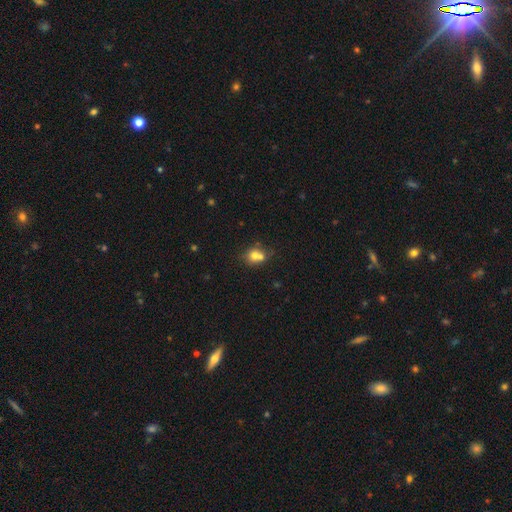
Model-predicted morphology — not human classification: smooth-or-featured: smooth: 71% | featured or disk: 17% | star or artifact: 12%
  how-rounded: round: 65% | in between: 34% | cigar-shaped: 1%
  merging: merger: 51% | none: 35% | minor disturbance: 10% | major disturbance: 4%